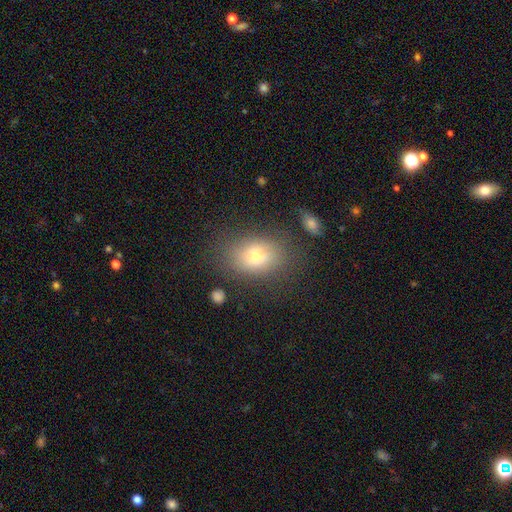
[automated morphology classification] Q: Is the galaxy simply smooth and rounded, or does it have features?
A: smooth — 68%.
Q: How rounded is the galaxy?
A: in between — 70%.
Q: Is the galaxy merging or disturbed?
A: none — 71%.